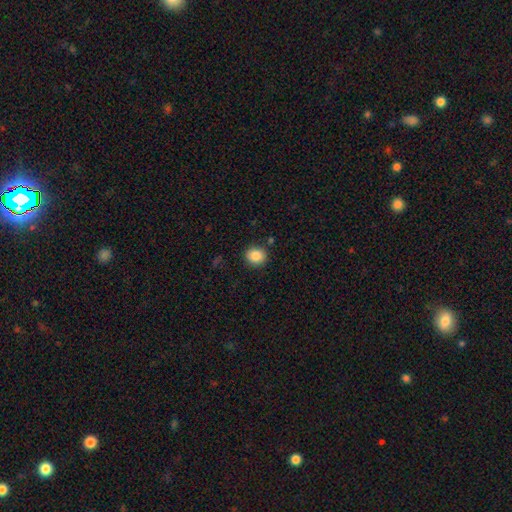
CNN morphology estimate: Smooth or featured: smooth — 87% (star or artifact — 9%)
How rounded: round — 82% (in between — 17%)
Merging: none — 87% (minor disturbance — 8%)